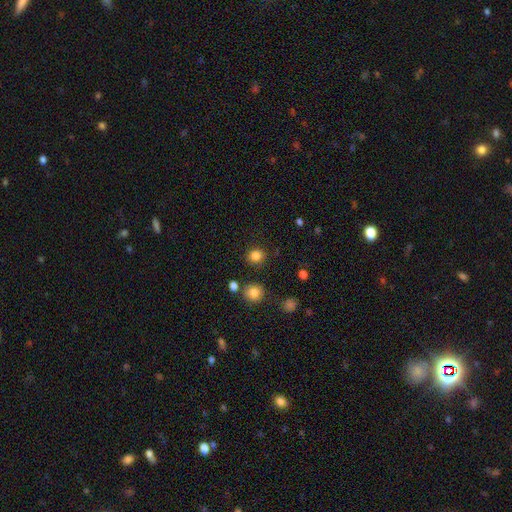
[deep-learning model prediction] Smooth or featured? Predicted: smooth (p=0.83). How rounded? Predicted: round (p=0.85). Merging? Predicted: none (p=0.85).